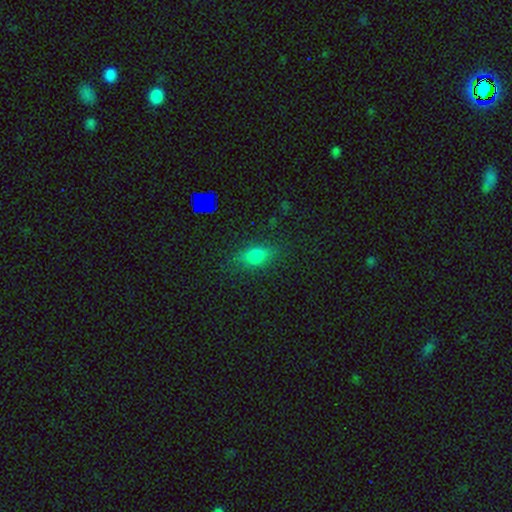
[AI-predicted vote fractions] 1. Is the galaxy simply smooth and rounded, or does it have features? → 72% smooth, 16% star or artifact, 12% featured or disk.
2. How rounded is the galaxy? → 78% in between, 13% round, 8% cigar-shaped.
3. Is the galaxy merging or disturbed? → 75% none, 17% minor disturbance, 6% major disturbance, 2% merger.